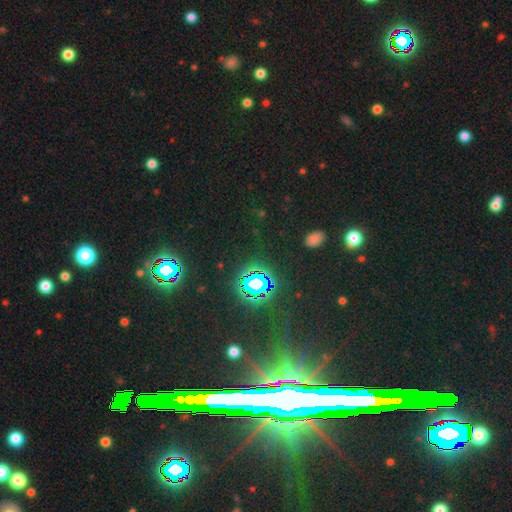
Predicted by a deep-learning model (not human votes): This is likely a star or artifact rather than a galaxy (79%).